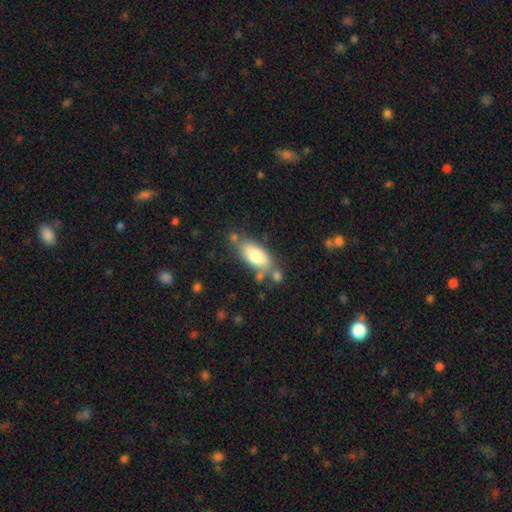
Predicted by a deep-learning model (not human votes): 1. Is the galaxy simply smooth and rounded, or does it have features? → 74% smooth, 19% featured or disk, 7% star or artifact.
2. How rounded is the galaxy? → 87% in between, 10% cigar-shaped, 3% round.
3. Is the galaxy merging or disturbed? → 61% none, 20% minor disturbance, 13% merger, 6% major disturbance.